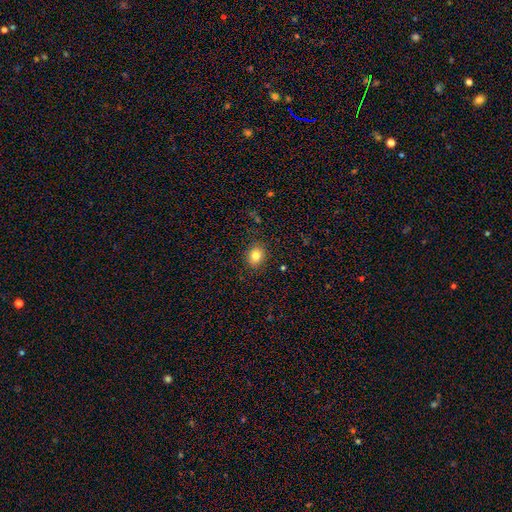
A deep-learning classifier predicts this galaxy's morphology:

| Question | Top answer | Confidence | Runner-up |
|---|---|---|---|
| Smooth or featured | smooth | 82% | star or artifact (11%) |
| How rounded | round | 54% | in between (45%) |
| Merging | none | 88% | minor disturbance (8%) |